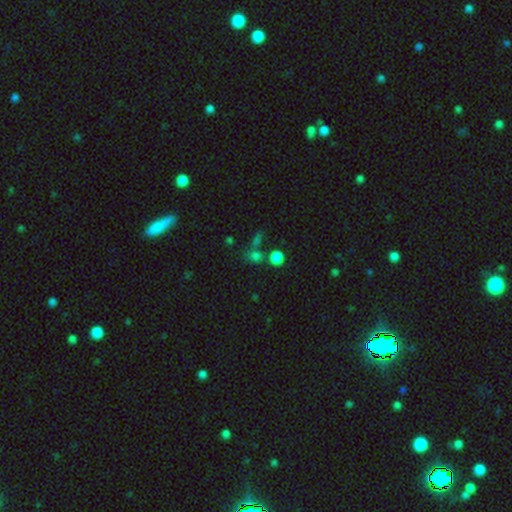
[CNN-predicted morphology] This is likely a smooth galaxy (71%). How rounded: likely round (71%). Merging: possibly none (57%).